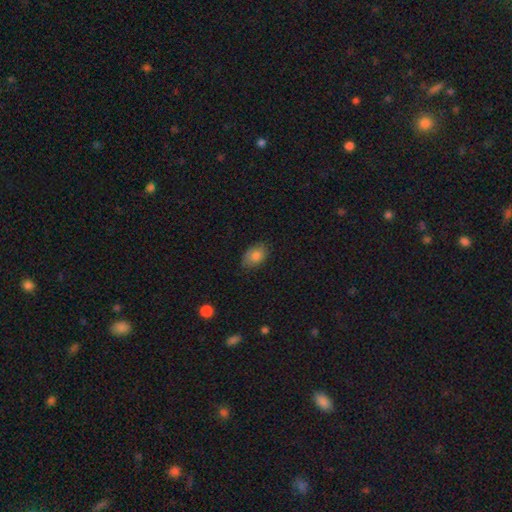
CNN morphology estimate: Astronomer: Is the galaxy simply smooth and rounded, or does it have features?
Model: smooth — 82%.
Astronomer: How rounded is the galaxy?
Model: in between — 85%.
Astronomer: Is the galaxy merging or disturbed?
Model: none — 73%.